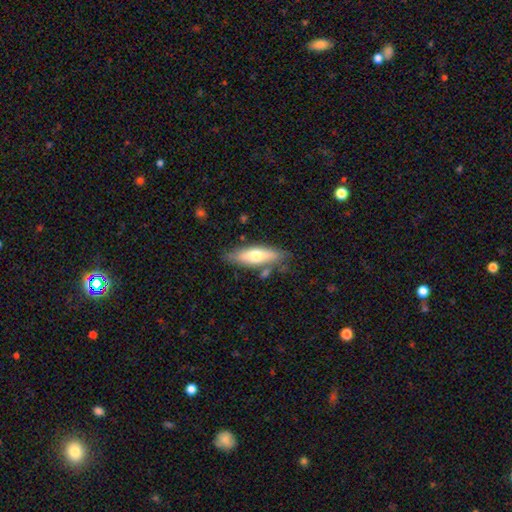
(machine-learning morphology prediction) A smooth galaxy with no disk features (62%) that is cigar-shaped (53%). Merging: none (74%).